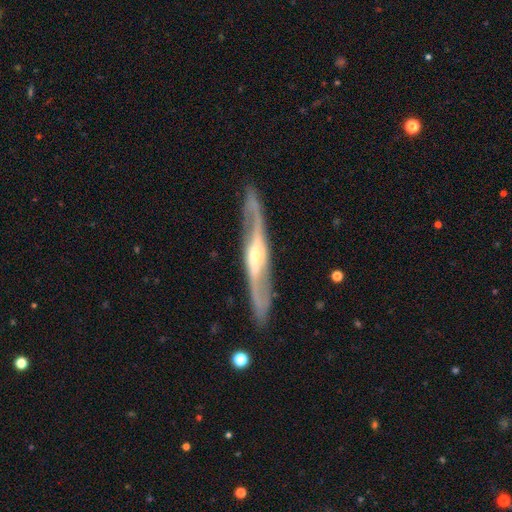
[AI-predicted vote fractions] Morphology: type=featured or disk (85%); edge-on=no (52%); merging=none (83%).